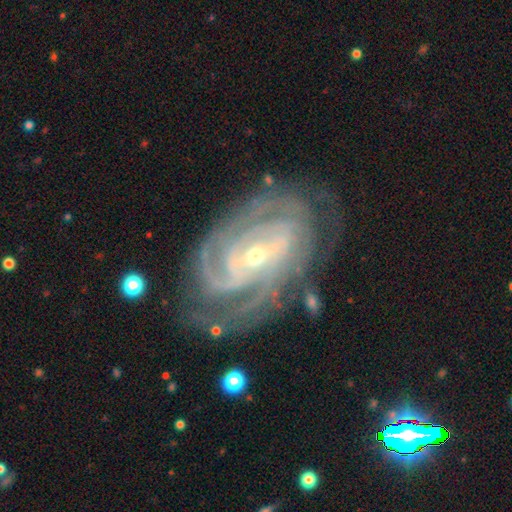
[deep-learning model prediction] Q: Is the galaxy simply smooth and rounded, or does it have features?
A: featured or disk — 91%.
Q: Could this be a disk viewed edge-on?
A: no — 96%.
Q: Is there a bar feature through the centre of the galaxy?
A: weak — 37%.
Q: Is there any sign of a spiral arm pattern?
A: yes — 98%.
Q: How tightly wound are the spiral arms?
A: tight — 74%.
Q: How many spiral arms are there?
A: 3 — 28%.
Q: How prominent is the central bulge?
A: small — 66%.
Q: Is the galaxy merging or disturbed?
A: none — 73%.